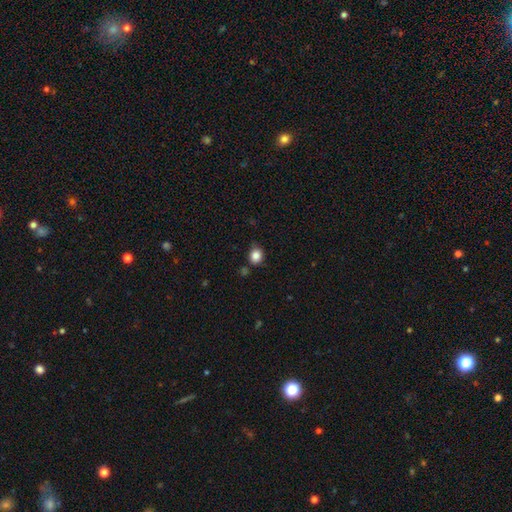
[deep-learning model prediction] Q: Smooth or featured?
A: smooth (85%); runner-up: star or artifact (10%)
Q: How rounded?
A: round (67%); runner-up: in between (32%)
Q: Merging?
A: none (77%); runner-up: minor disturbance (16%)